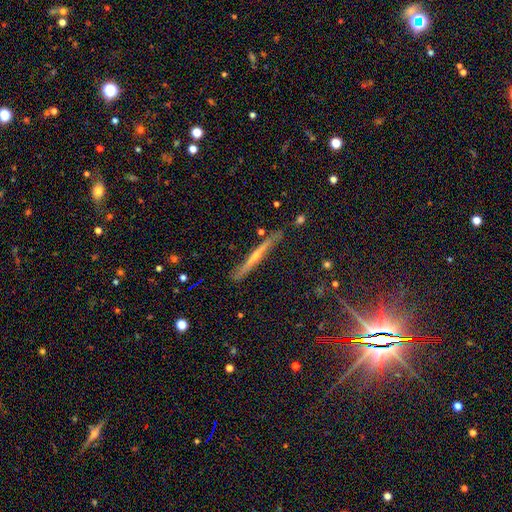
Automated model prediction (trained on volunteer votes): smooth_or_featured: featured or disk (p=0.67) [alt: smooth p=0.23]
disk_edge_on: yes (p=0.96) [alt: no p=0.04]
edge_on_bulge: rounded (p=0.58) [alt: none p=0.36]
merging: none (p=0.83) [alt: minor disturbance p=0.12]